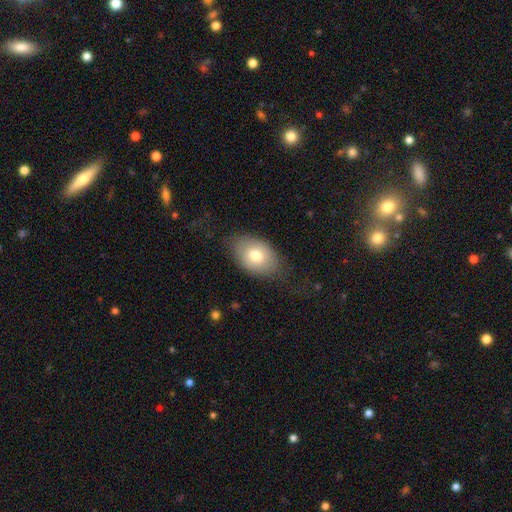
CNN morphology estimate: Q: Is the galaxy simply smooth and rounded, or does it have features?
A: smooth — 73%.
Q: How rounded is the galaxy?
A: in between — 87%.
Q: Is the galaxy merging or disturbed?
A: none — 72%.